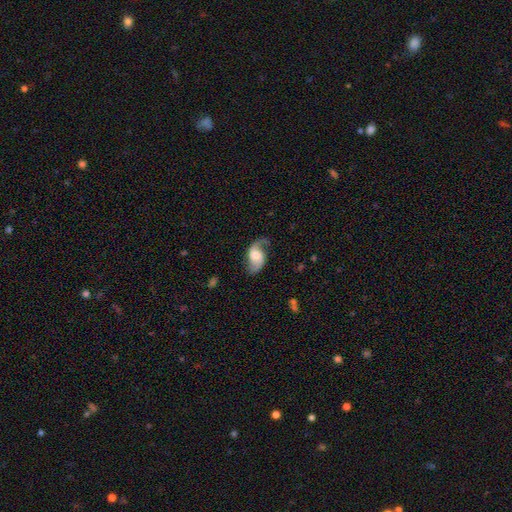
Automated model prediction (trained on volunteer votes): Smooth or featured?
  - featured or disk: 79% *
  - smooth: 15%
  - star or artifact: 6%
Edge-on disk?
  - no: 97% *
  - yes: 3%
Bar?
  - no: 50% *
  - weak: 40%
  - strong: 10%
Spiral arms?
  - yes: 95% *
  - no: 5%
Spiral winding?
  - loose: 61% *
  - medium: 31%
  - tight: 7%
Spiral arm count?
  - 2: 85% *
  - 1: 10%
  - can't tell: 3%
  - 3: 1%
  - 4: 1%
  - more than 4: 1%
Bulge size?
  - moderate: 37% *
  - large: 28%
  - small: 18%
  - none: 13%
  - dominant: 4%
Merging?
  - none: 65% *
  - minor disturbance: 21%
  - major disturbance: 12%
  - merger: 2%